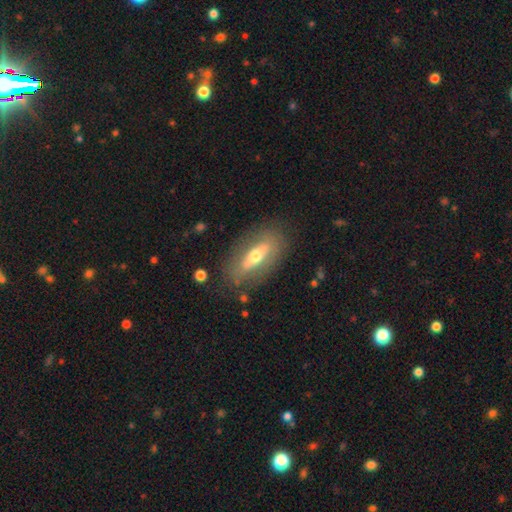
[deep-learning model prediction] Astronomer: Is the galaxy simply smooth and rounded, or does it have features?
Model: featured or disk — 53% (runner-up: smooth, 39%).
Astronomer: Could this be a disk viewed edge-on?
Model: no — 65%.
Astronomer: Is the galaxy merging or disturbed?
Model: none — 78%.